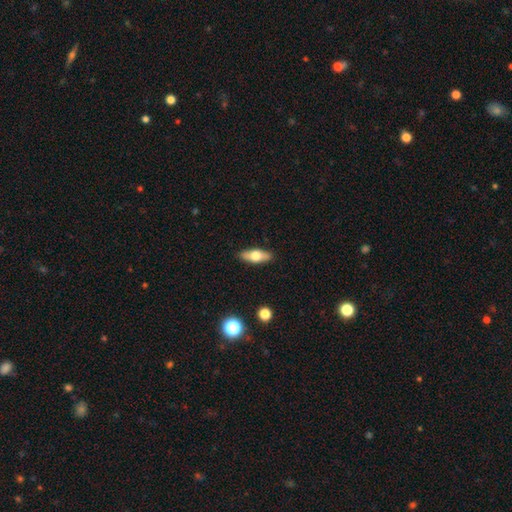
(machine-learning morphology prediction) type=smooth (60%); roundness=in between (71%); merging=none (89%).